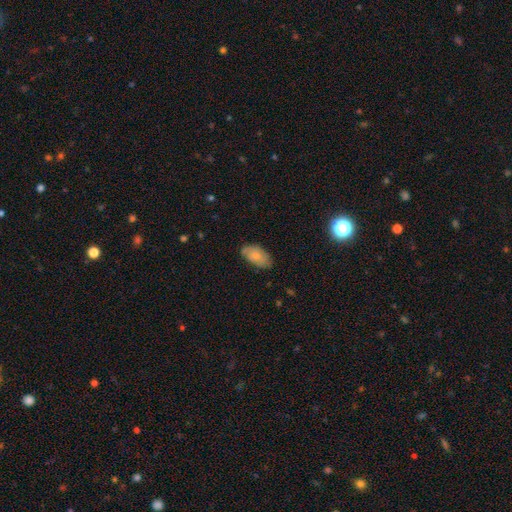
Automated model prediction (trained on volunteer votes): Smooth or featured?
  - smooth: 74% *
  - featured or disk: 19%
  - star or artifact: 7%
How rounded?
  - in between: 94% *
  - round: 4%
  - cigar-shaped: 3%
Merging?
  - none: 73% *
  - minor disturbance: 22%
  - major disturbance: 4%
  - merger: 1%